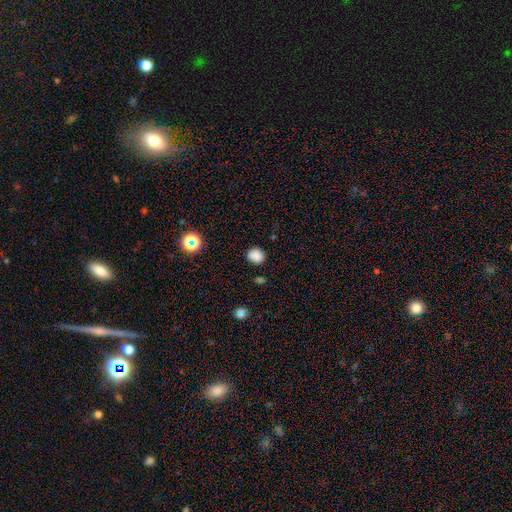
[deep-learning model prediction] Morphology: type=smooth (82%); roundness=round (64%); merging=none (76%).